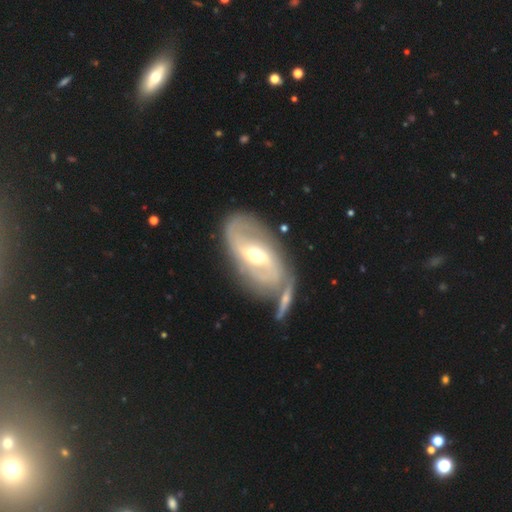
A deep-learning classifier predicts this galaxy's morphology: featured or disk 83%, smooth 13%, star or artifact 5%. Down the decision tree: edge-on disk — no (94%); bar — weak (45%); spiral arms — yes (90%); spiral arm count — 2 (80%); spiral winding — medium (41%); bulge size — moderate (69%); merging — none (53%).